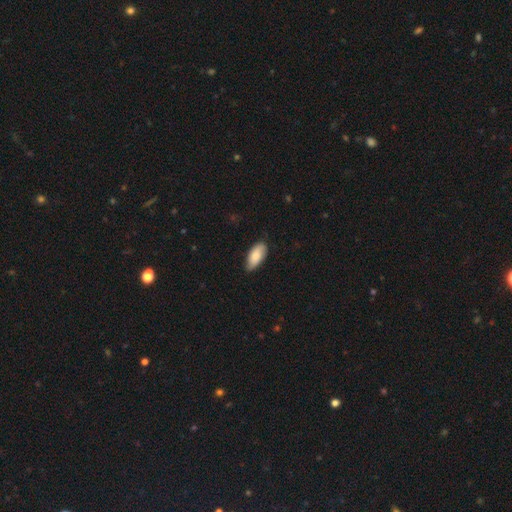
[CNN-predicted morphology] This is clearly a smooth galaxy (80%). How rounded: clearly in between (91%). Merging: likely none (77%).